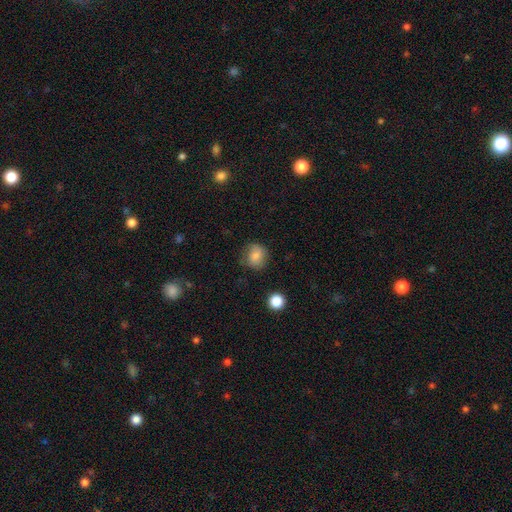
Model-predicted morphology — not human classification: Q: Smooth or featured?
A: smooth (78%); runner-up: featured or disk (12%)
Q: How rounded?
A: round (81%); runner-up: in between (18%)
Q: Merging?
A: none (73%); runner-up: minor disturbance (19%)